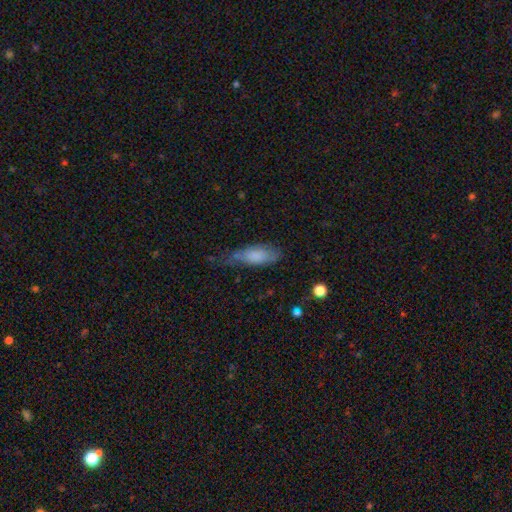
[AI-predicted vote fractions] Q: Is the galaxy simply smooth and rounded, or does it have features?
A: smooth — 77%.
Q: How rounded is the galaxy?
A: in between — 70%.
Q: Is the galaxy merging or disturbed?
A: none — 42%.